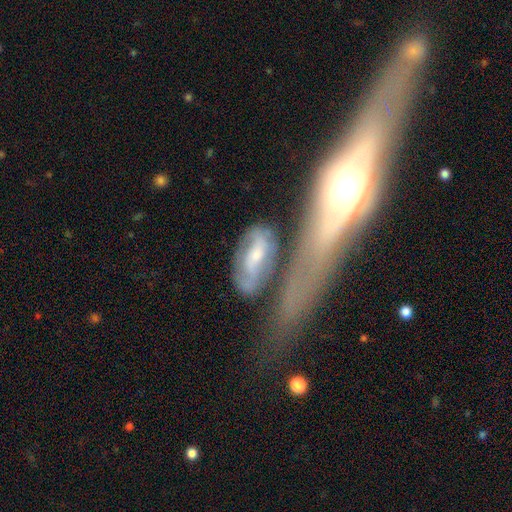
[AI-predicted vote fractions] Smooth or featured? Predicted: featured or disk (p=0.57). Edge-on disk? Predicted: no (p=0.84). Merging? Predicted: none (p=0.48).